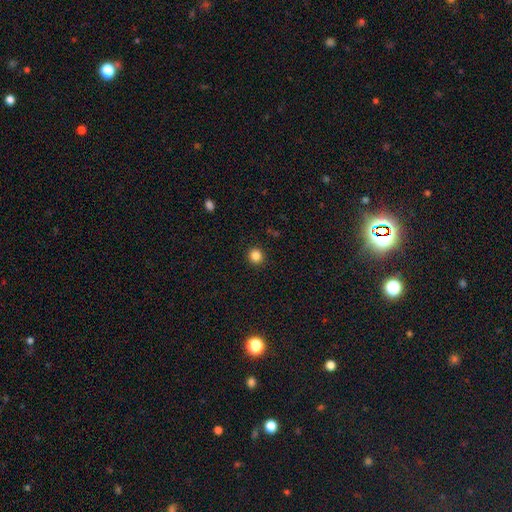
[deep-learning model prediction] Smooth or featured?
  - smooth: 85% *
  - star or artifact: 12%
  - featured or disk: 4%
How rounded?
  - round: 91% *
  - in between: 8%
  - cigar-shaped: 1%
Merging?
  - none: 92% *
  - minor disturbance: 5%
  - major disturbance: 2%
  - merger: 1%